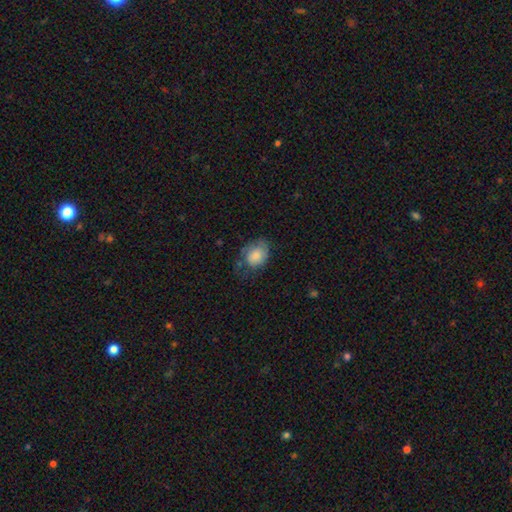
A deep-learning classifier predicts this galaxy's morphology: A smooth galaxy with no disk features (76%) that is in between round and cigar-shaped (58%).

Vote fractions:
- Smooth or featured? smooth: 76% / featured or disk: 17% / star or artifact: 7%
- How rounded? in between: 58% / round: 41% / cigar-shaped: 1%
- Merging? none: 43% / minor disturbance: 32% / major disturbance: 23% / merger: 2%